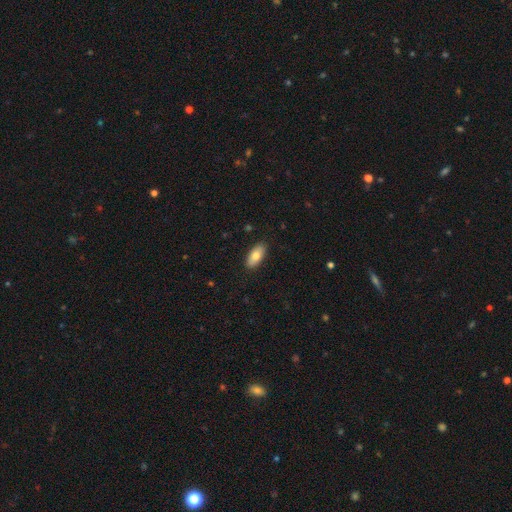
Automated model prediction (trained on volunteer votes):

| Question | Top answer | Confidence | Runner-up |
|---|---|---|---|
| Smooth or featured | smooth | 78% | featured or disk (15%) |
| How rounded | in between | 91% | cigar-shaped (6%) |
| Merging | none | 88% | minor disturbance (9%) |